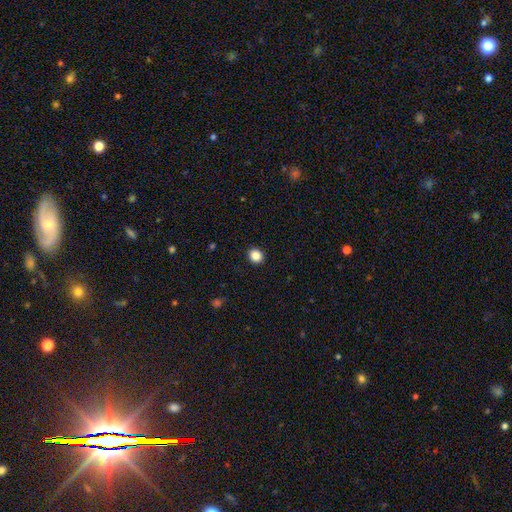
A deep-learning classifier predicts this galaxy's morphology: smooth-or-featured: smooth: 86% | star or artifact: 10% | featured or disk: 3%
  how-rounded: round: 79% | in between: 20% | cigar-shaped: 1%
  merging: none: 92% | minor disturbance: 5% | major disturbance: 2% | merger: 1%